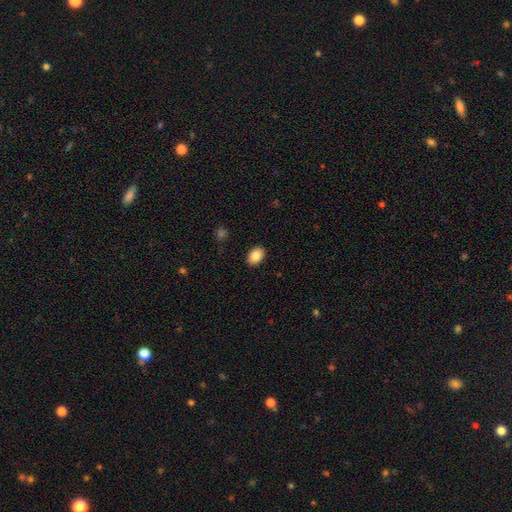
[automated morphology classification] The model was most divided on "how rounded": in between: 81%, round: 18%, cigar-shaped: 1%. More confident: merging — none (89%); smooth or featured — smooth (85%).